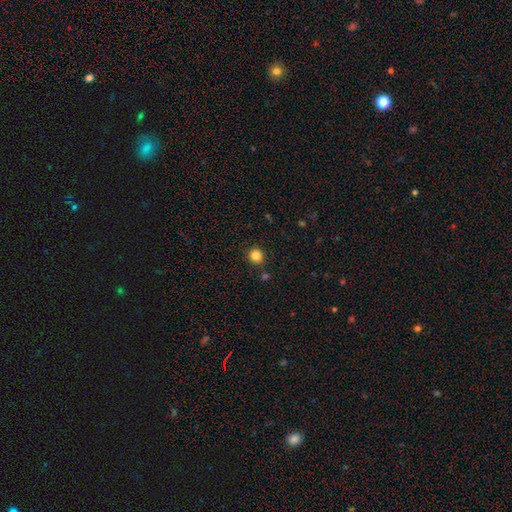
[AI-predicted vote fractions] This is clearly a smooth galaxy (85%). How rounded: clearly round (87%). Merging: clearly none (84%).